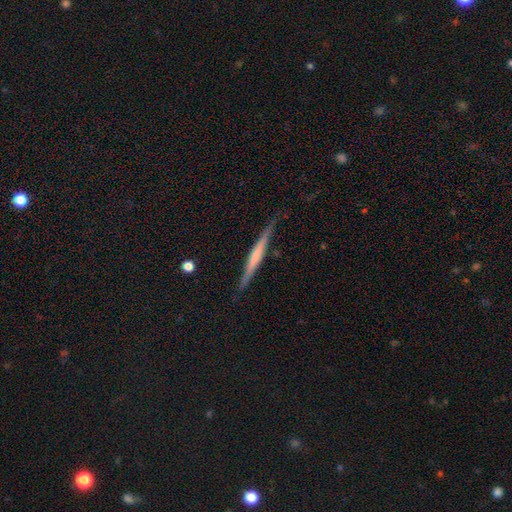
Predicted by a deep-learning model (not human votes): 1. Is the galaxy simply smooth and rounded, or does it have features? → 60% featured or disk, 35% smooth, 5% star or artifact.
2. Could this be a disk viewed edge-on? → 97% yes, 3% no.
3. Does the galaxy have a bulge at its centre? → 61% none, 22% rounded, 17% boxy.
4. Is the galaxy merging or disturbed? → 85% none, 12% minor disturbance, 2% major disturbance, 1% merger.